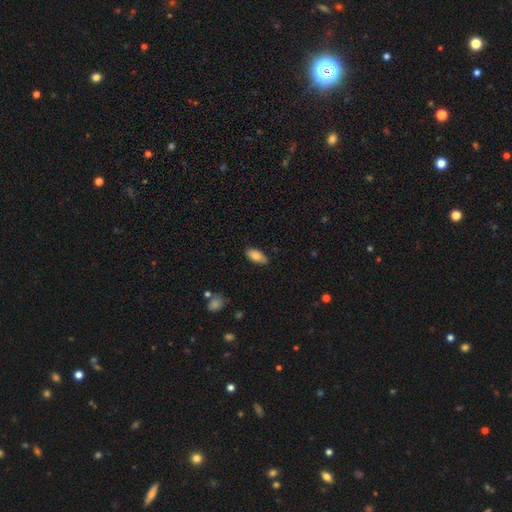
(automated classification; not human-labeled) Overall: smooth (79%). How rounded: in between (91%). Merging: none (83%).